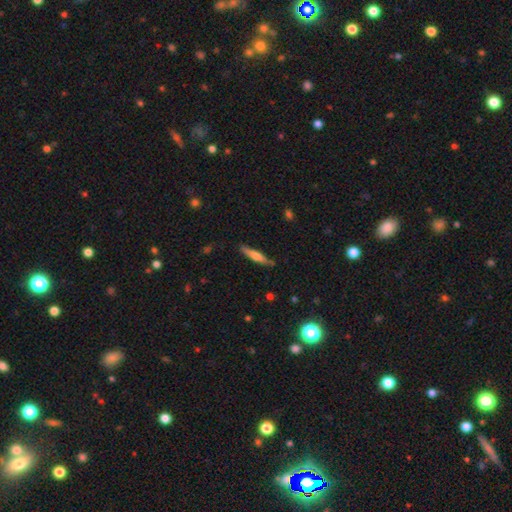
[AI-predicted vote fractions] smooth_or_featured: smooth (p=0.49) [alt: featured or disk p=0.45]
merging: none (p=0.84) [alt: minor disturbance p=0.12]